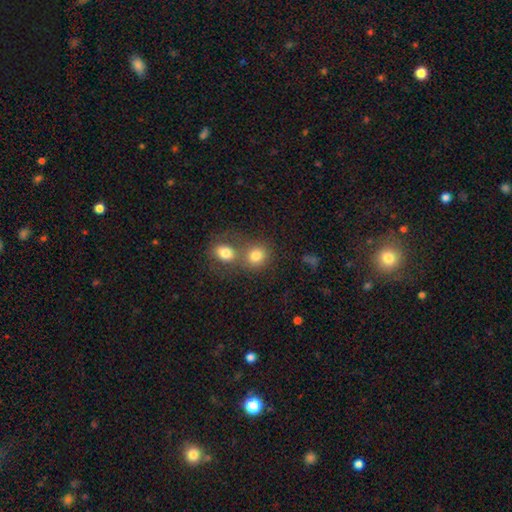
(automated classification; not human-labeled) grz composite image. It shows a smooth galaxy with no disk features (81%) that is round (72%). Merging: merger (48%).